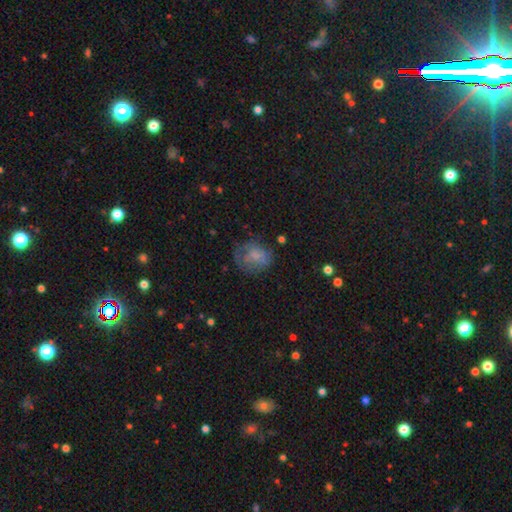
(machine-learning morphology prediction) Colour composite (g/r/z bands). It shows a smooth galaxy with no disk features (61%) that is round (64%). Merging: none (53%).